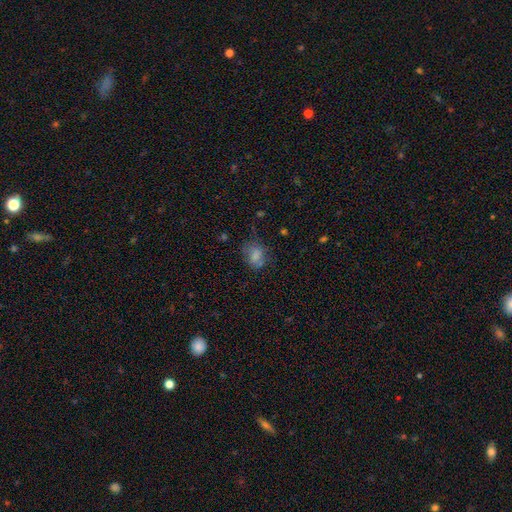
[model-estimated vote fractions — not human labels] smooth 73%, featured or disk 16%, star or artifact 11%. Down the decision tree: how rounded — in between (59%); merging — none (55%).